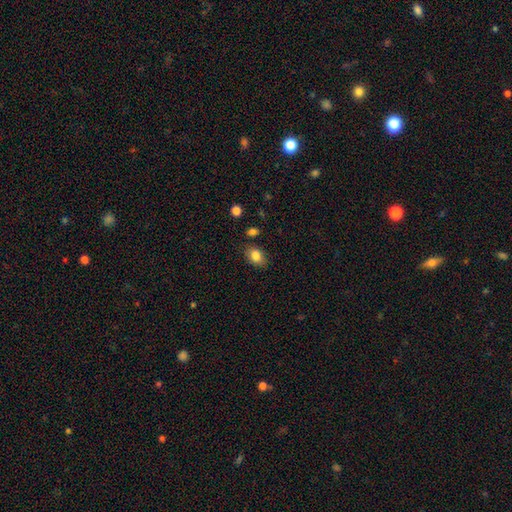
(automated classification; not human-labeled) Smooth or featured?
  - smooth: 85% *
  - star or artifact: 9%
  - featured or disk: 7%
How rounded?
  - in between: 78% *
  - round: 21%
  - cigar-shaped: 1%
Merging?
  - none: 80% *
  - minor disturbance: 13%
  - merger: 3%
  - major disturbance: 3%